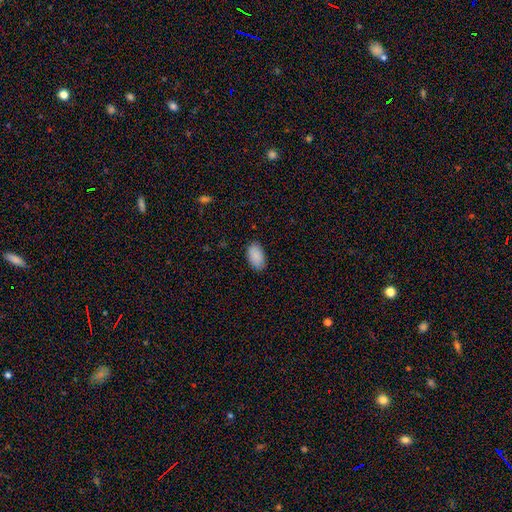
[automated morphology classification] This appears to be a smooth galaxy with no disk features (89%) that is in between round and cigar-shaped (94%). Merging: none (84%).